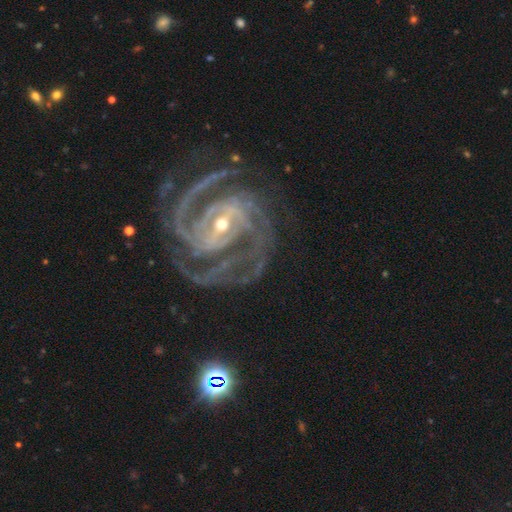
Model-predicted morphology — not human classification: Smooth or featured: featured or disk — 92% (star or artifact — 5%)
Edge-on disk: no — 97% (yes — 3%)
Bar: strong — 51% (weak — 30%)
Spiral arms: yes — 99% (no — 1%)
Spiral winding: tight — 69% (medium — 28%)
Spiral arm count: 2 — 30% (3 — 28%)
Bulge size: small — 71% (moderate — 26%)
Merging: none — 76% (minor disturbance — 14%)